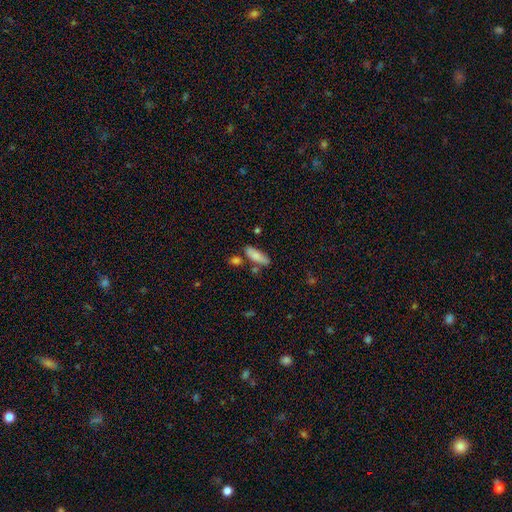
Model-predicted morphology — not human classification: A smooth galaxy with no disk features (83%) that is in between round and cigar-shaped (60%). Merging: none (66%).